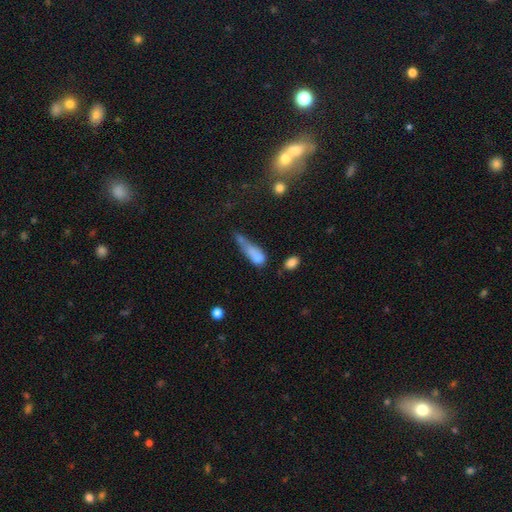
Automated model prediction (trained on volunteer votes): This appears to be a smooth galaxy with no disk features (67%) that is in between round and cigar-shaped (54%). Merging: major disturbance (32%).